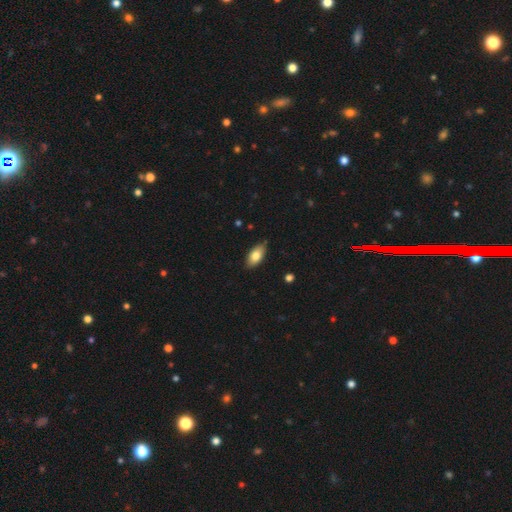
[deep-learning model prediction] Smooth or featured? smooth (79%)
How rounded? in between (91%)
Merging? none (83%)